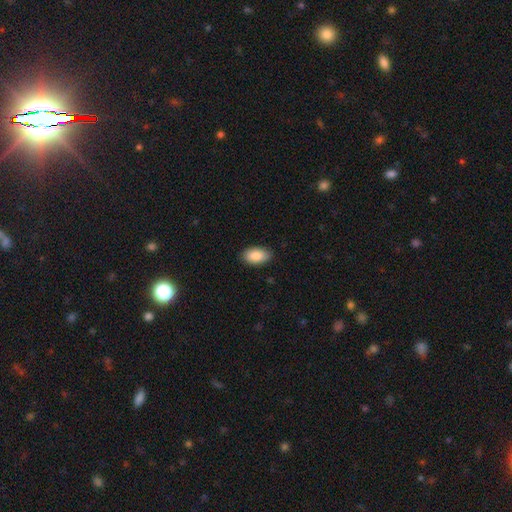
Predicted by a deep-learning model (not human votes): Smooth or featured? Predicted: smooth (p=0.87). How rounded? Predicted: in between (p=0.94). Merging? Predicted: none (p=0.86).